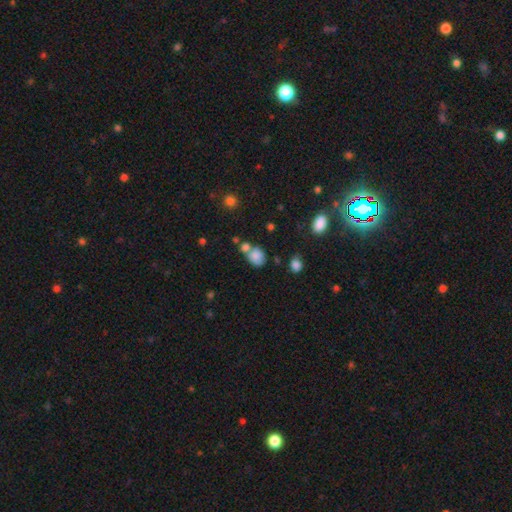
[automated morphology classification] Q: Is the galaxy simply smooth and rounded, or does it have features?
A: smooth — 80%.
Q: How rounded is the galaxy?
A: round — 56%.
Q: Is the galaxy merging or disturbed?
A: none — 46%.